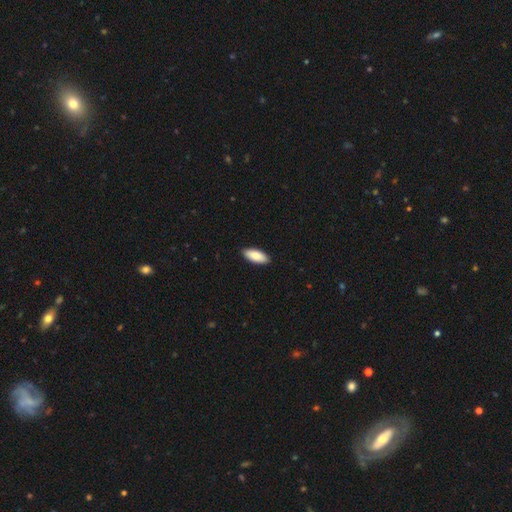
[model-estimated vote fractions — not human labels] Morphology: type=smooth (86%); roundness=in between (85%); merging=none (91%).